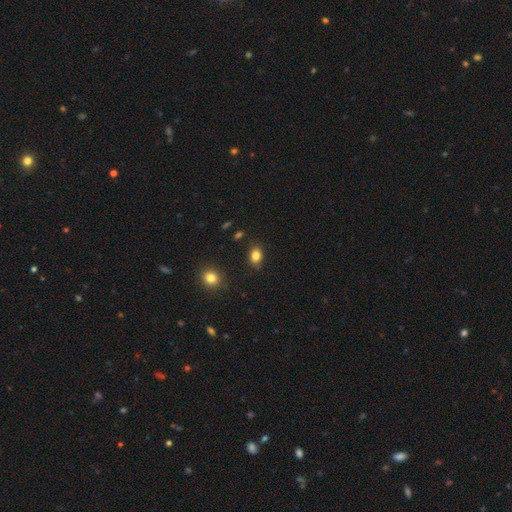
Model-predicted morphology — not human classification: The model was most divided on "how rounded": in between: 70%, round: 29%, cigar-shaped: 1%. More confident: merging — none (85%); smooth or featured — smooth (83%).